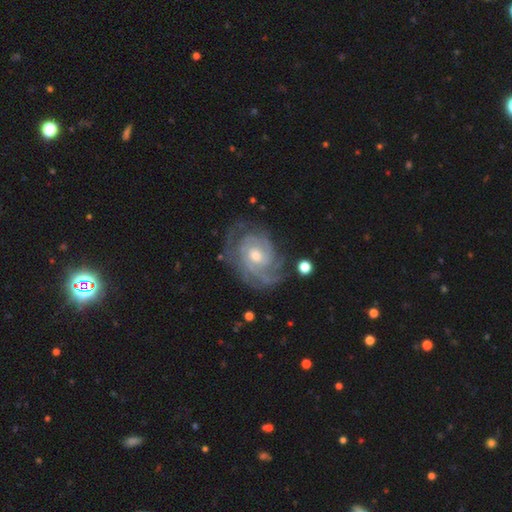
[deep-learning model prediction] Smooth or featured?
  - featured or disk: 89% *
  - smooth: 6%
  - star or artifact: 5%
Edge-on disk?
  - no: 97% *
  - yes: 3%
Bar?
  - no: 67% *
  - weak: 27%
  - strong: 6%
Spiral arms?
  - yes: 96% *
  - no: 4%
Spiral winding?
  - tight: 71% *
  - medium: 24%
  - loose: 5%
Spiral arm count?
  - can't tell: 30% *
  - 3: 24%
  - 2: 21%
  - 4: 12%
  - more than 4: 6%
  - 1: 6%
Bulge size?
  - moderate: 65% *
  - small: 28%
  - large: 5%
  - none: 1%
  - dominant: 1%
Merging?
  - none: 71% *
  - minor disturbance: 18%
  - major disturbance: 9%
  - merger: 2%